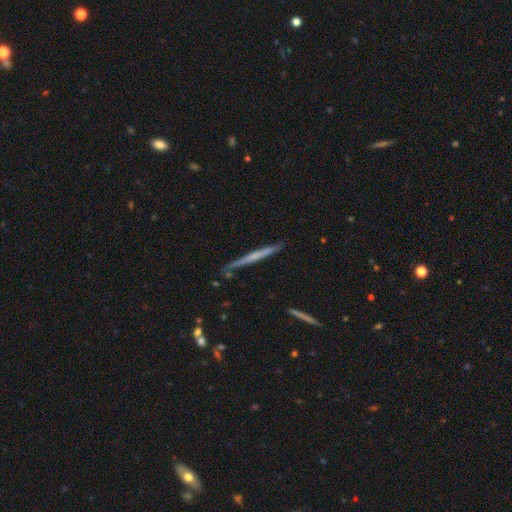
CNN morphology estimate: smooth-or-featured: featured or disk: 52% | smooth: 42% | star or artifact: 6%
  disk-edge-on: yes: 96% | no: 4%
    edge-on-bulge: none: 80% | rounded: 13% | boxy: 7%
  merging: none: 83% | minor disturbance: 13% | merger: 2% | major disturbance: 2%